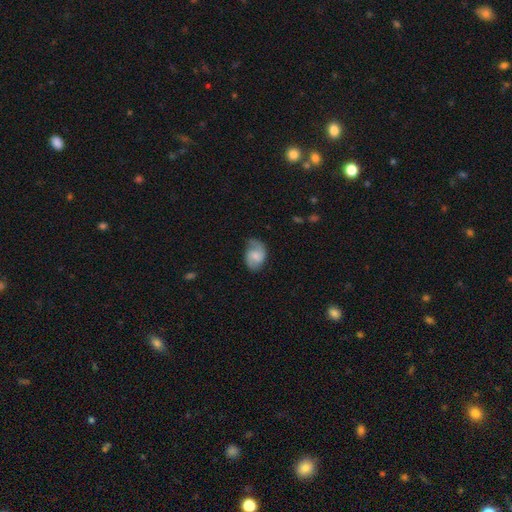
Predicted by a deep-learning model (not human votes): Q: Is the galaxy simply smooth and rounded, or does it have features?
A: featured or disk — 66%.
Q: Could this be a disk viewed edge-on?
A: no — 98%.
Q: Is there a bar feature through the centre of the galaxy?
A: weak — 46%, tied with no.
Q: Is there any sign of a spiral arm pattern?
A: yes — 94%.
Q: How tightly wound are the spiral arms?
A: medium — 50%.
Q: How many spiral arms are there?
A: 2 — 87%.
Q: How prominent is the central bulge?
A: small — 40%.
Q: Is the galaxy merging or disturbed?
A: none — 70%.